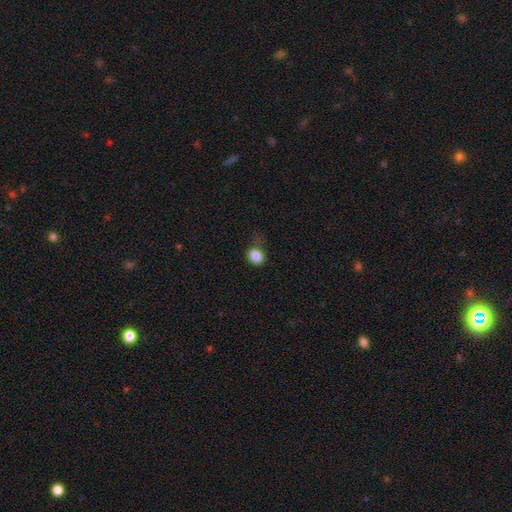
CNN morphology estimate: smooth_or_featured: smooth (p=0.85) [alt: star or artifact p=0.10]
how_rounded: round (p=0.62) [alt: in between p=0.37]
merging: none (p=0.58) [alt: minor disturbance p=0.29]